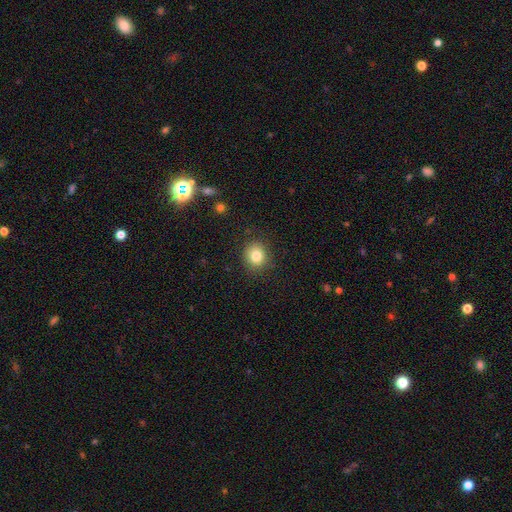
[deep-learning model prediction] smooth-or-featured: smooth: 81% | star or artifact: 11% | featured or disk: 8%
  how-rounded: round: 77% | in between: 22% | cigar-shaped: 1%
  merging: none: 87% | minor disturbance: 9% | major disturbance: 3% | merger: 1%